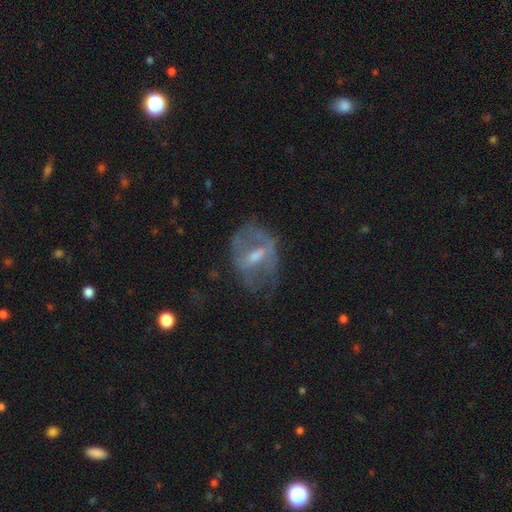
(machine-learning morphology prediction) Smooth or featured: featured or disk — 64% (smooth — 27%)
Edge-on disk: no — 94% (yes — 6%)
Bar: weak — 46% (no — 30%)
Spiral arms: no — 58% (yes — 42%)
Bulge size: moderate — 47% (small — 32%)
Merging: none — 44% (major disturbance — 29%)